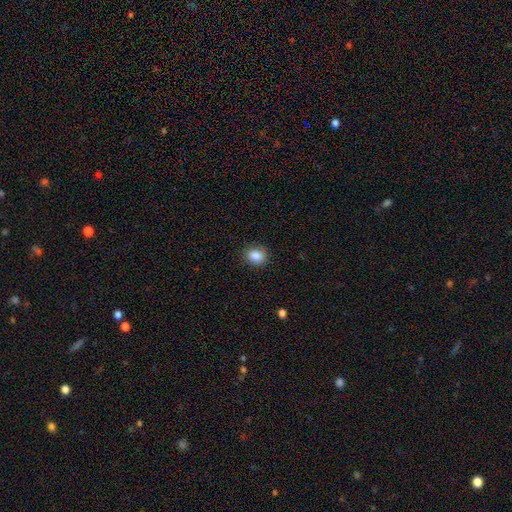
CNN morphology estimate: Smooth or featured? smooth (86%)
How rounded? round (69%)
Merging? none (88%)